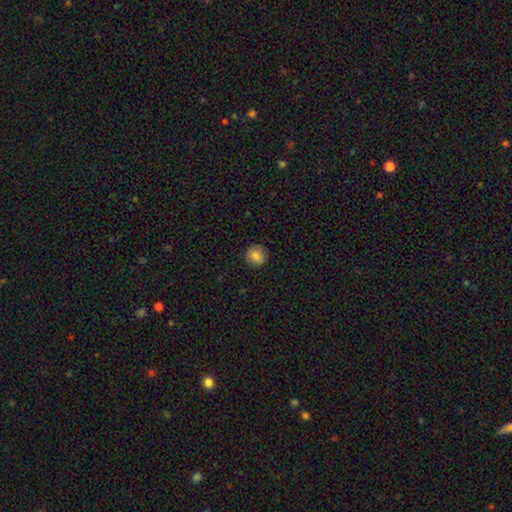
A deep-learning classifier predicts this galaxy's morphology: Q: Smooth or featured?
A: smooth (83%); runner-up: star or artifact (10%)
Q: How rounded?
A: round (87%); runner-up: in between (12%)
Q: Merging?
A: none (88%); runner-up: minor disturbance (9%)